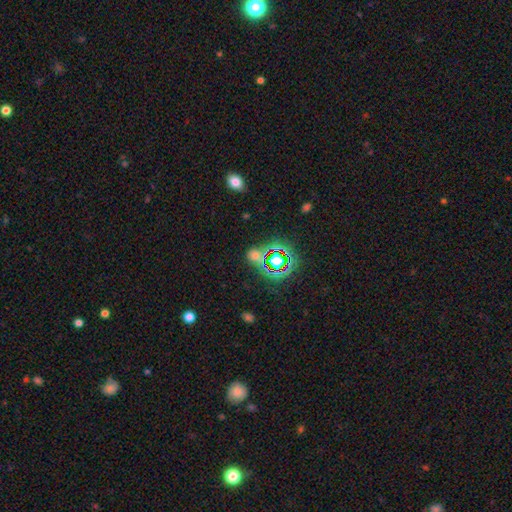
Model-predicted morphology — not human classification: Smooth or featured? star or artifact (50%)